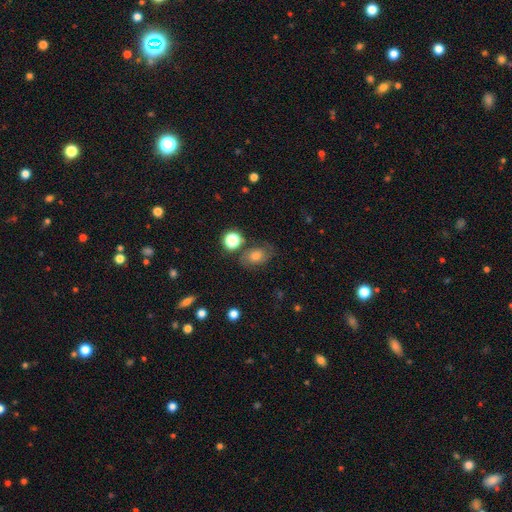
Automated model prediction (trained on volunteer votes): Smooth or featured: smooth — 49% (featured or disk — 32%)
Merging: none — 69% (minor disturbance — 18%)